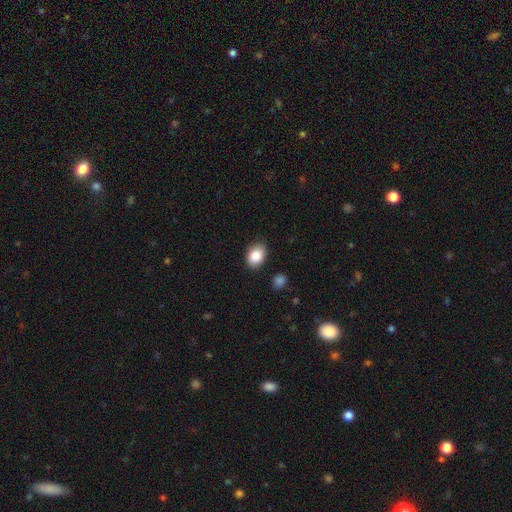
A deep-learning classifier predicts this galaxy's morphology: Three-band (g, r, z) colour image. It shows a smooth galaxy with no disk features (86%) that is in between round and cigar-shaped (75%). Merging: none (84%).